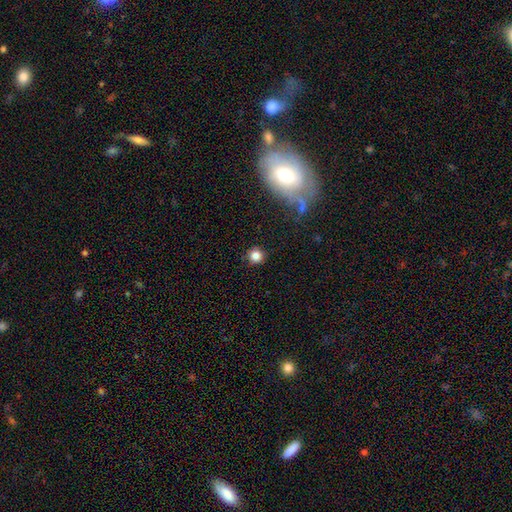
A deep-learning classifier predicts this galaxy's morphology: Overall: smooth (82%). How rounded: round (94%). Merging: none (88%).